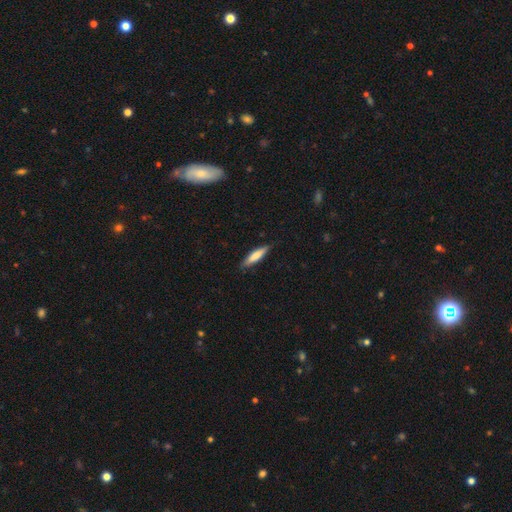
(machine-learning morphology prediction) smooth-or-featured: smooth: 70% | featured or disk: 24% | star or artifact: 6%
  how-rounded: cigar-shaped: 80% | in between: 19% | round: 1%
  merging: none: 85% | minor disturbance: 12% | major disturbance: 2% | merger: 1%